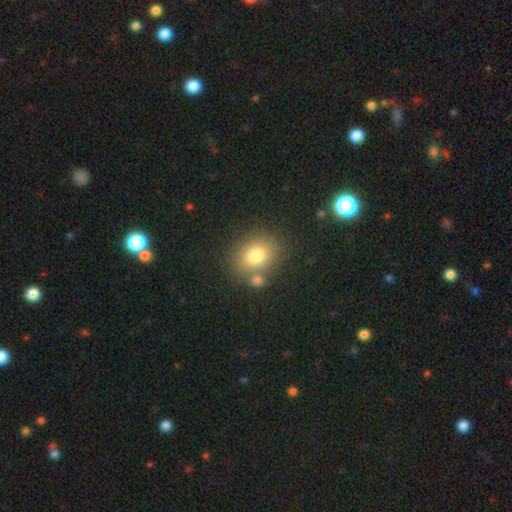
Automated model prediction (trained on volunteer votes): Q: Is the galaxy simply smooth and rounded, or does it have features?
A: smooth — 79%.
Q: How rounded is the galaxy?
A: round — 51%.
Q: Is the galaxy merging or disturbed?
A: none — 69%.